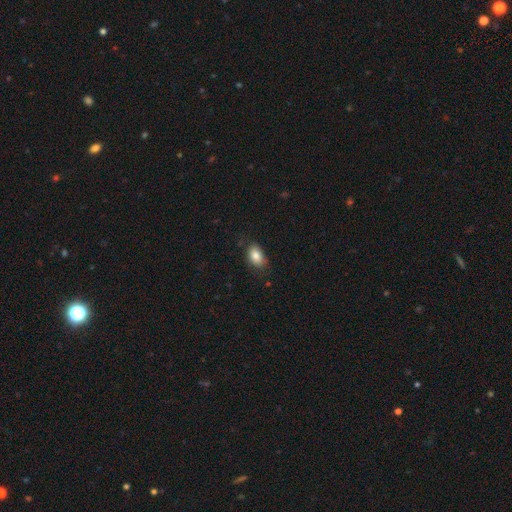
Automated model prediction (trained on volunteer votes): Smooth or featured?
  - smooth: 82% *
  - featured or disk: 9%
  - star or artifact: 8%
How rounded?
  - in between: 87% *
  - round: 12%
  - cigar-shaped: 1%
Merging?
  - none: 77% *
  - minor disturbance: 18%
  - major disturbance: 4%
  - merger: 1%